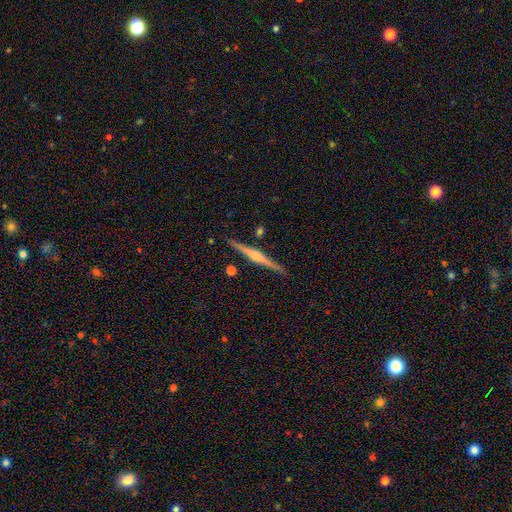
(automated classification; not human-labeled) This is likely a featured or disk galaxy (77%). It is clearly viewed edge-on (98%). Edge-on bulge: clearly rounded (84%). Merging: clearly none (90%).